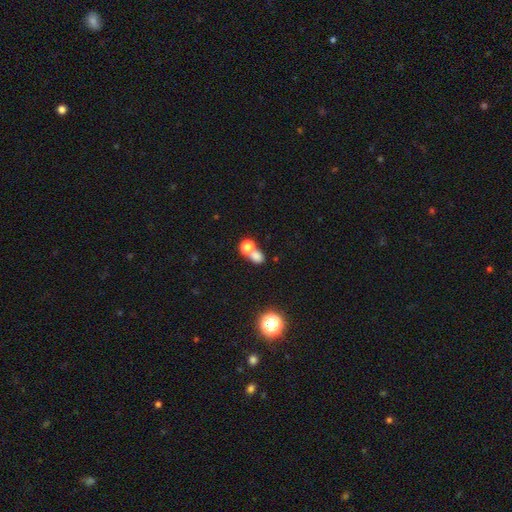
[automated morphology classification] type=smooth (74%); roundness=round (60%); merging=merger (50%).